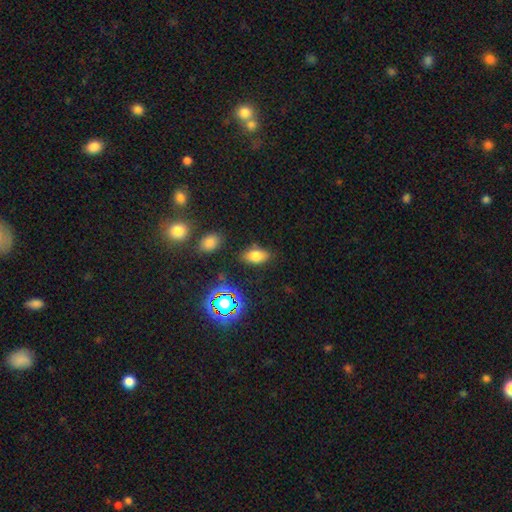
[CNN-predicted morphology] smooth_or_featured: smooth (p=0.72) [alt: star or artifact p=0.16]
how_rounded: in between (p=0.88) [alt: round p=0.08]
merging: none (p=0.82) [alt: minor disturbance p=0.12]